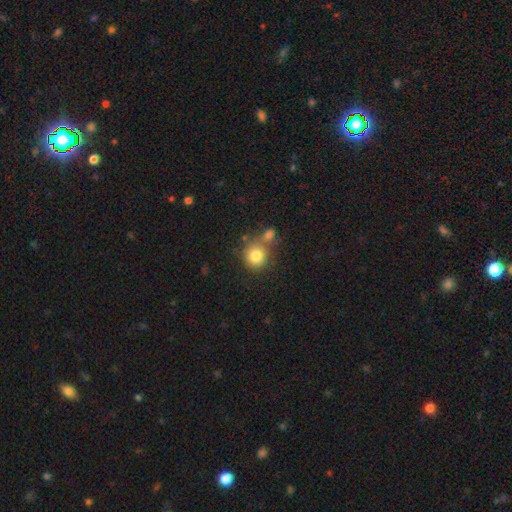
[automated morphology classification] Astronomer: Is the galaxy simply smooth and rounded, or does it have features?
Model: smooth — 83%.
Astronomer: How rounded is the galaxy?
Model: round — 88%.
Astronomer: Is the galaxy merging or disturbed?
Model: none — 53% (runner-up: merger, 31%).